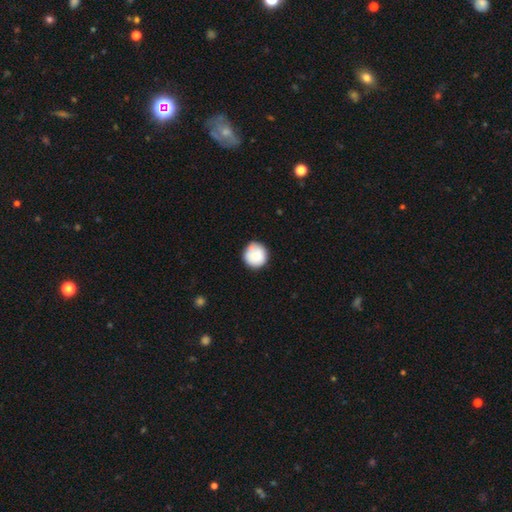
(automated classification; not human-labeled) smooth-or-featured: smooth: 78% | featured or disk: 14% | star or artifact: 7%
  how-rounded: round: 93% | in between: 6% | cigar-shaped: 1%
  merging: none: 75% | minor disturbance: 16% | merger: 5% | major disturbance: 4%